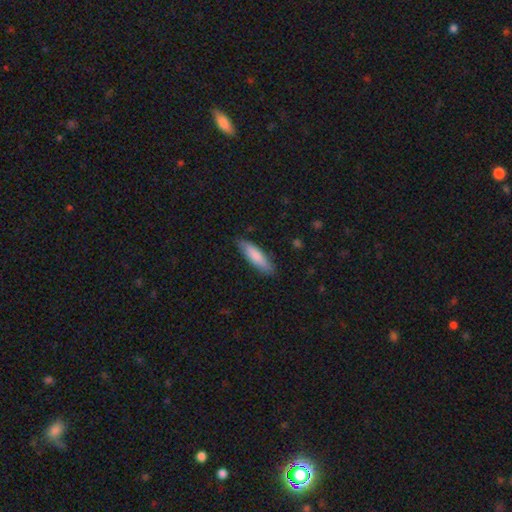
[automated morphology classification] smooth_or_featured: smooth (p=0.81) [alt: featured or disk p=0.14]
how_rounded: cigar-shaped (p=0.64) [alt: in between p=0.35]
merging: none (p=0.84) [alt: minor disturbance p=0.13]